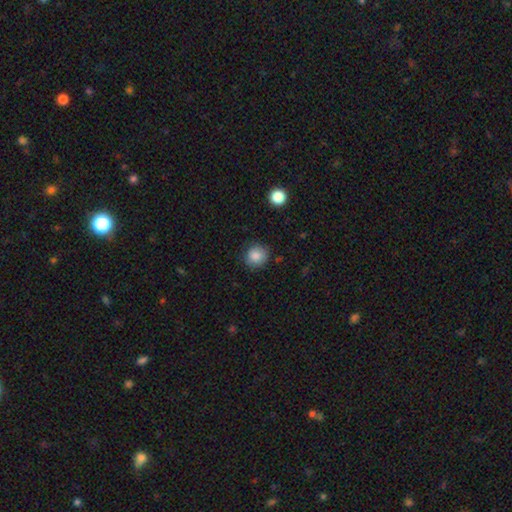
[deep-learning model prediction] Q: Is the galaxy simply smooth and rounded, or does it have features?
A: smooth — 86%.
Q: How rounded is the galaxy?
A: round — 89%.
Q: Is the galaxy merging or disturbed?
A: none — 83%.